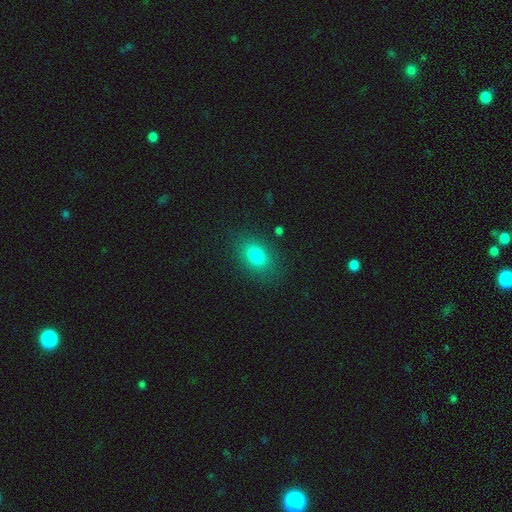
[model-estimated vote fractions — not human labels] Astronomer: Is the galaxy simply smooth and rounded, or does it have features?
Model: smooth — 80%.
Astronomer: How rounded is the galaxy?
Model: in between — 76%.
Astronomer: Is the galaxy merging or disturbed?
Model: none — 83%.